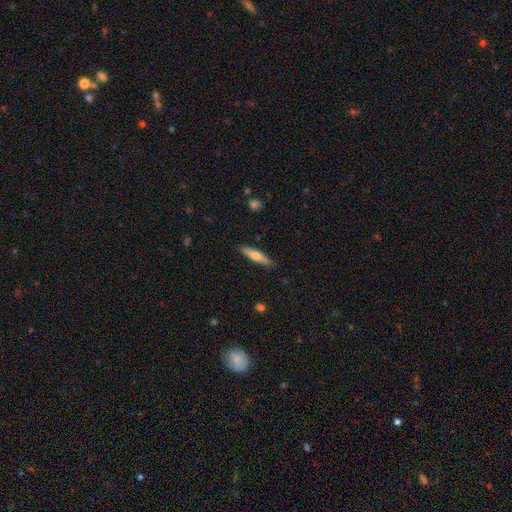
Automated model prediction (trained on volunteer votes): The model was most divided on "smooth or featured": smooth: 63%, featured or disk: 31%, star or artifact: 6%. More confident: merging — none (88%); how rounded — cigar-shaped (81%).